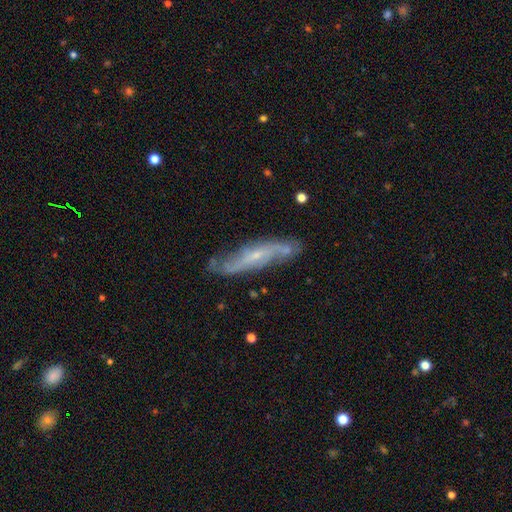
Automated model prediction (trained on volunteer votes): This appears to be a featured or disk galaxy (77%) with no bar (50%), spiral arms (91%) and a small central bulge (76%). Merging: none (71%).